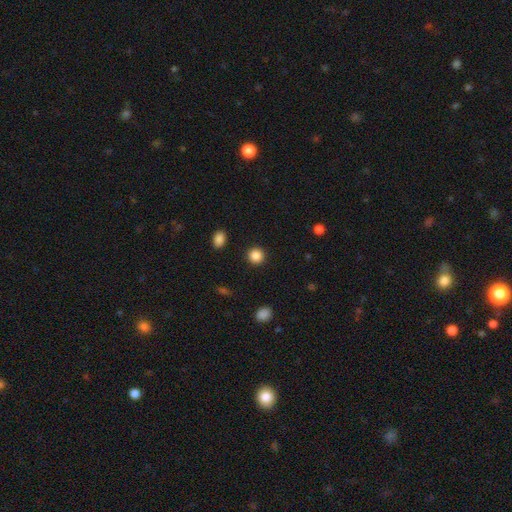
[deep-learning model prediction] Q: Smooth or featured?
A: smooth (87%); runner-up: star or artifact (10%)
Q: How rounded?
A: round (93%); runner-up: in between (6%)
Q: Merging?
A: none (92%); runner-up: minor disturbance (5%)